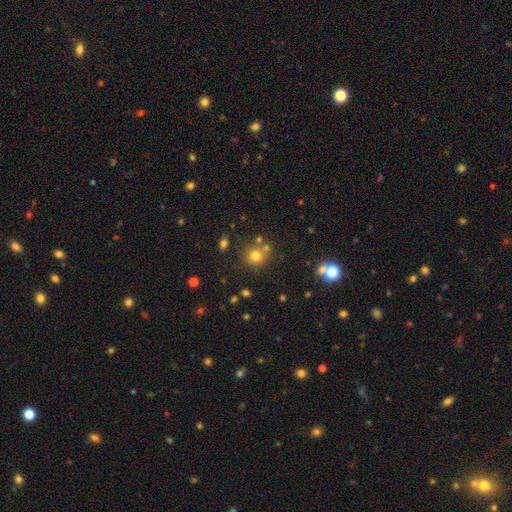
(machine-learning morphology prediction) smooth_or_featured: smooth (p=0.72) [alt: star or artifact p=0.19]
how_rounded: round (p=0.89) [alt: in between p=0.11]
merging: none (p=0.70) [alt: merger p=0.16]